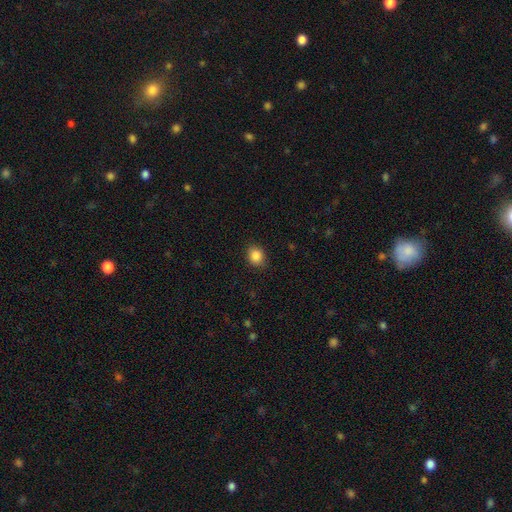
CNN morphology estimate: This appears to be a smooth galaxy with no disk features (86%) that is round (64%). Merging: none (85%).